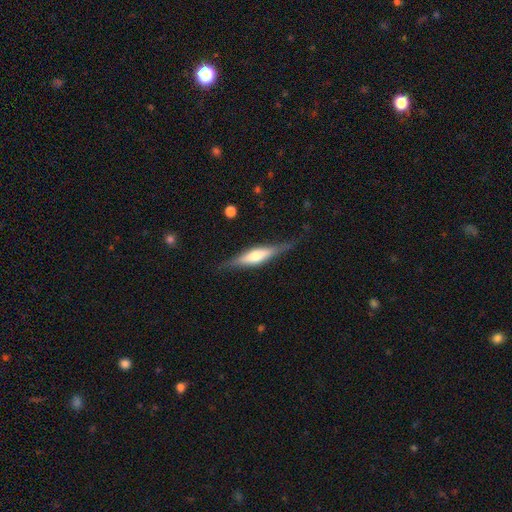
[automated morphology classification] A featured or disk galaxy (63%) viewed edge-on (94%) with a rounded central bulge (79%).

Vote fractions:
- Smooth or featured? featured or disk: 63% / smooth: 32% / star or artifact: 6%
- Edge-on disk? yes: 94% / no: 6%
- Edge-on bulge? rounded: 79% / boxy: 15% / none: 6%
- Merging? none: 79% / minor disturbance: 15% / major disturbance: 4% / merger: 1%